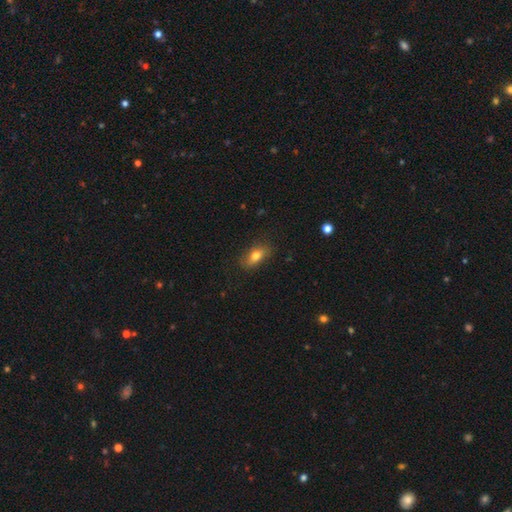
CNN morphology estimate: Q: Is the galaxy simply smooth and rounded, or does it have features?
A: smooth — 71%.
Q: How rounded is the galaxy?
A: in between — 78%.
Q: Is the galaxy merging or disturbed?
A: none — 81%.